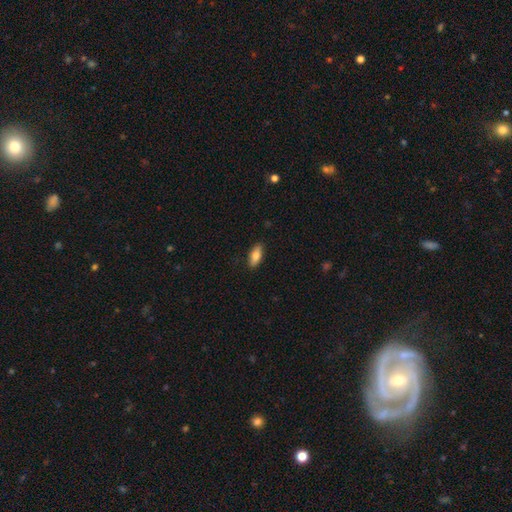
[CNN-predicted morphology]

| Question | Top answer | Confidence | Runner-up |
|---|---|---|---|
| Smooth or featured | smooth | 81% | featured or disk (12%) |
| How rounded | in between | 80% | cigar-shaped (18%) |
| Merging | none | 88% | minor disturbance (9%) |